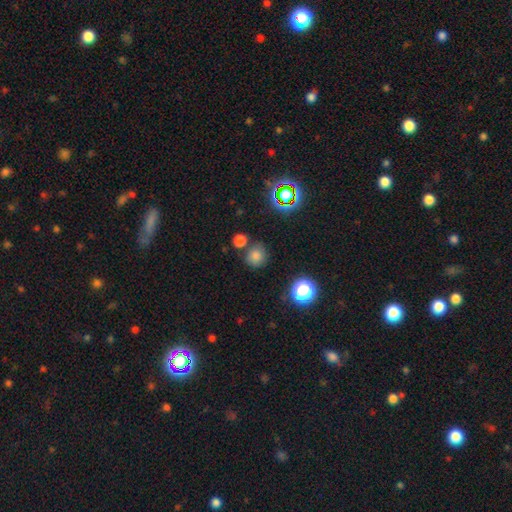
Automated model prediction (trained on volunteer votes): smooth 74%, star or artifact 19%, featured or disk 7%. Down the decision tree: how rounded — round (88%); merging — none (74%).